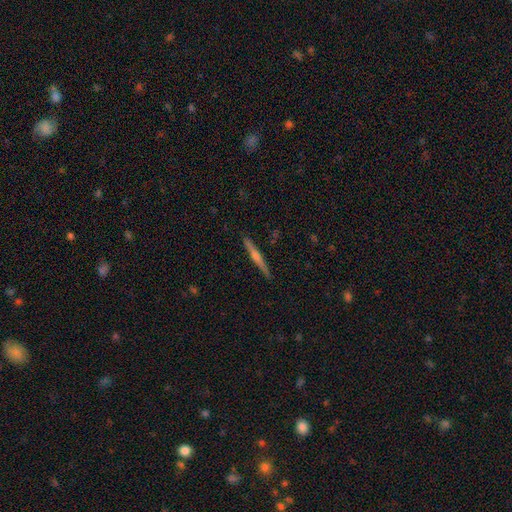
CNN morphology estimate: featured or disk 74%, smooth 20%, star or artifact 6%. Down the decision tree: edge-on disk — yes (98%); edge-on bulge — rounded (80%); merging — none (92%).